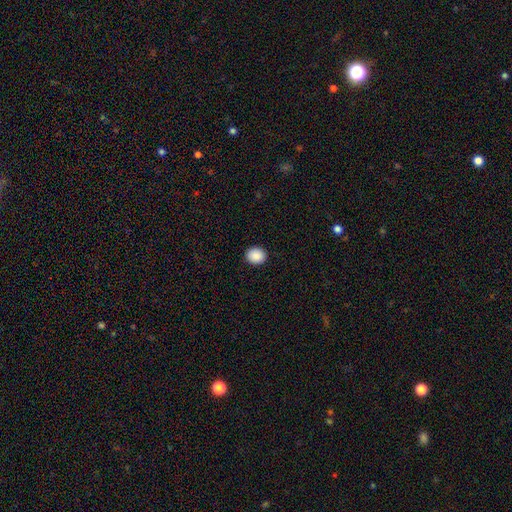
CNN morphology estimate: This appears to be a smooth galaxy with no disk features (90%) that is round (68%). Merging: none (92%).